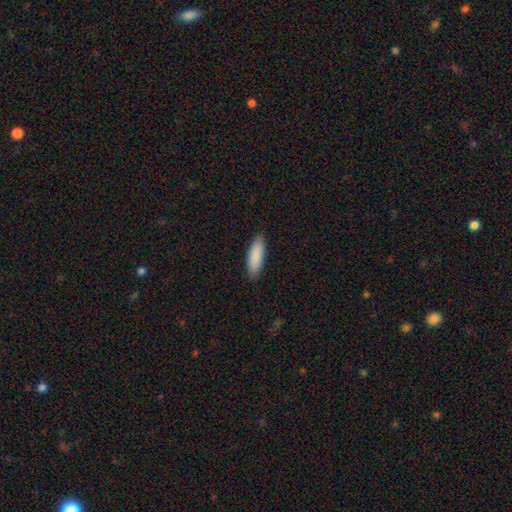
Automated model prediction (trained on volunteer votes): This appears to be a smooth galaxy with no disk features (89%) that is in between round and cigar-shaped (53%). Merging: none (88%).